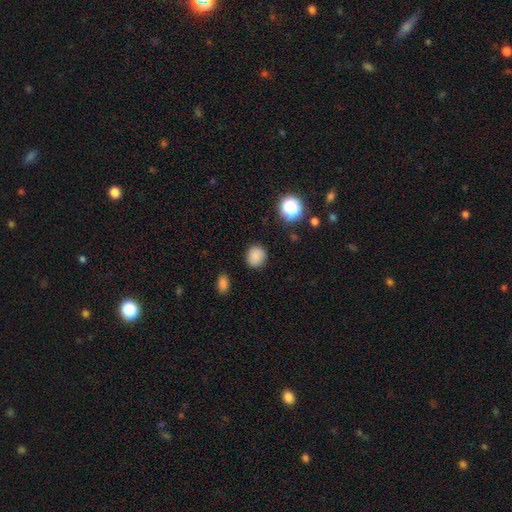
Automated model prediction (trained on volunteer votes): Smooth or featured? smooth (84%)
How rounded? round (84%)
Merging? none (86%)